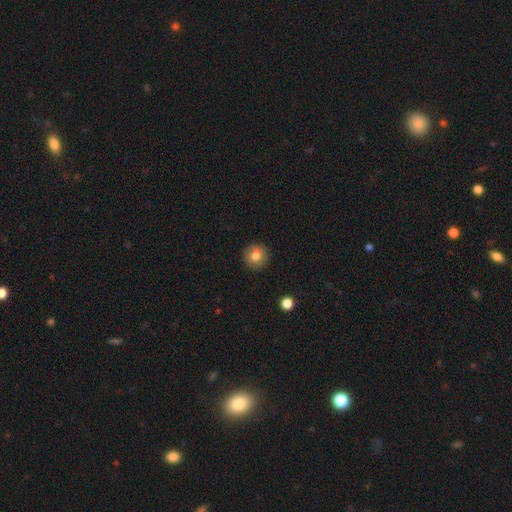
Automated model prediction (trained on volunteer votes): smooth-or-featured: smooth: 80% | featured or disk: 11% | star or artifact: 9%
  how-rounded: round: 94% | in between: 5% | cigar-shaped: 1%
  merging: none: 91% | minor disturbance: 6% | major disturbance: 2% | merger: 1%